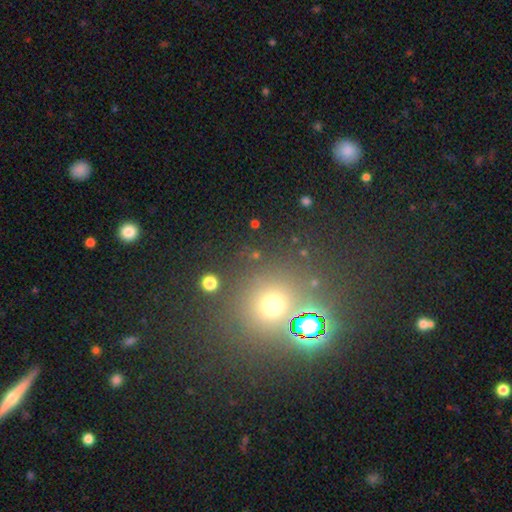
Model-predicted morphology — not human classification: type=smooth (48%); merging=none (81%).